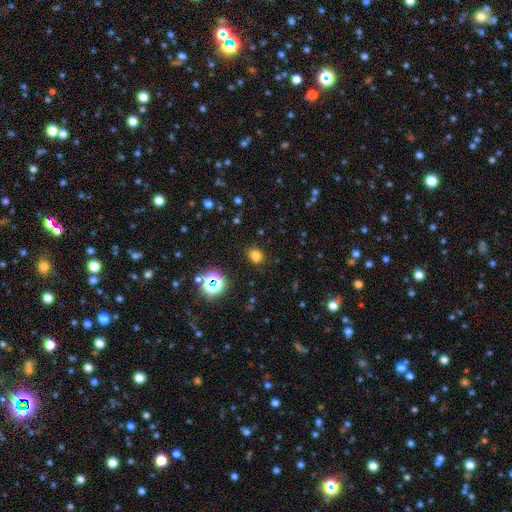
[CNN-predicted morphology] The model was most divided on "how rounded": round: 67%, in between: 32%, cigar-shaped: 1%. More confident: merging — none (86%); smooth or featured — smooth (74%).